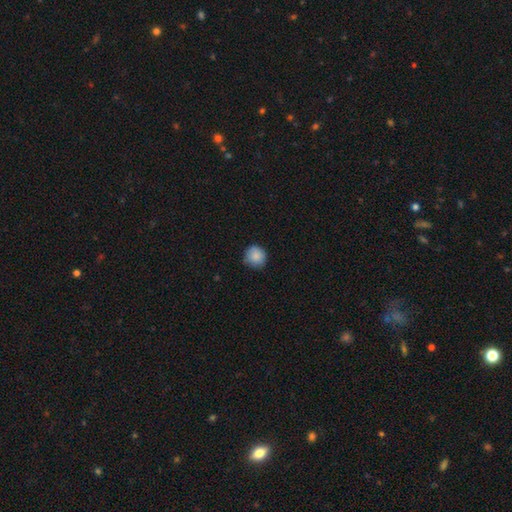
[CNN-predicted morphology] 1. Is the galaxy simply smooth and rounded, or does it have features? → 88% smooth, 8% star or artifact, 5% featured or disk.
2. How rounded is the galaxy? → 92% round, 7% in between, 1% cigar-shaped.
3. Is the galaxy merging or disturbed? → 80% none, 17% minor disturbance, 3% major disturbance, 1% merger.